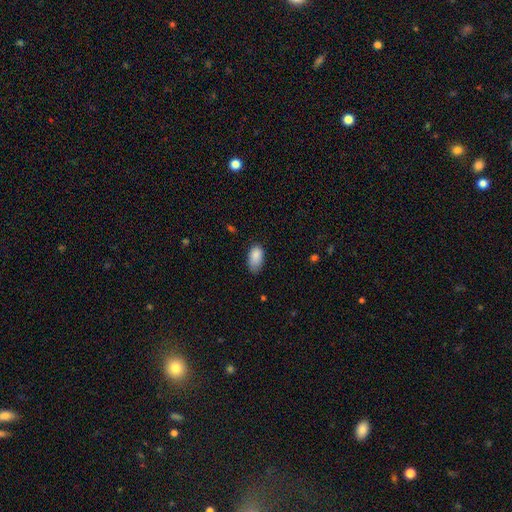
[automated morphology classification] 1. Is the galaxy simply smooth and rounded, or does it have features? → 88% smooth, 7% star or artifact, 5% featured or disk.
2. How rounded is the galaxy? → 94% in between, 4% round, 2% cigar-shaped.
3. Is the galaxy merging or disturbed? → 60% none, 32% minor disturbance, 7% major disturbance, 1% merger.